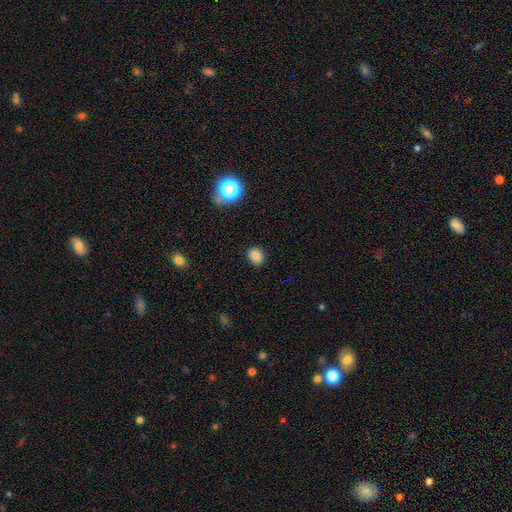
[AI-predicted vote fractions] A smooth galaxy with no disk features (82%) that is round (58%). Merging: none (87%).